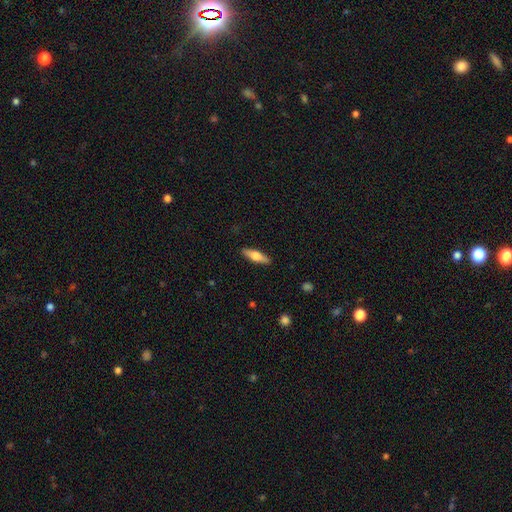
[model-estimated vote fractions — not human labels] Smooth or featured: smooth — 50% (featured or disk — 44%)
How rounded: cigar-shaped — 59% (in between — 38%)
Merging: none — 90% (minor disturbance — 8%)